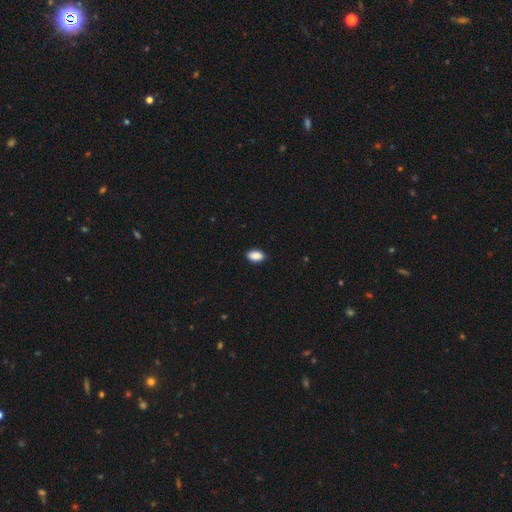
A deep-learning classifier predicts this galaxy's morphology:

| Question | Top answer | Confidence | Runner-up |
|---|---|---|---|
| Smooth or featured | smooth | 89% | star or artifact (7%) |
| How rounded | in between | 92% | round (6%) |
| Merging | none | 87% | minor disturbance (10%) |